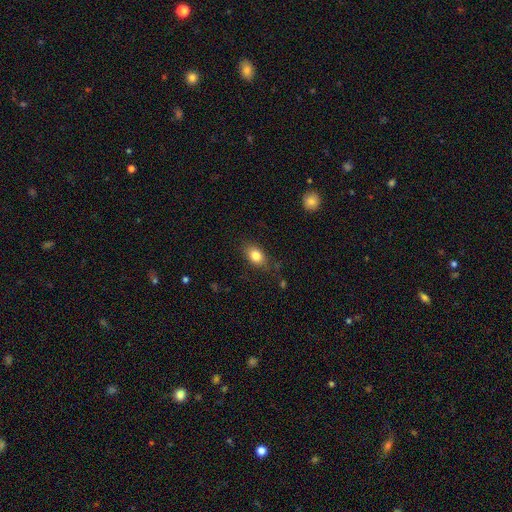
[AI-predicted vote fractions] Smooth or featured? smooth (82%)
How rounded? in between (79%)
Merging? none (78%)